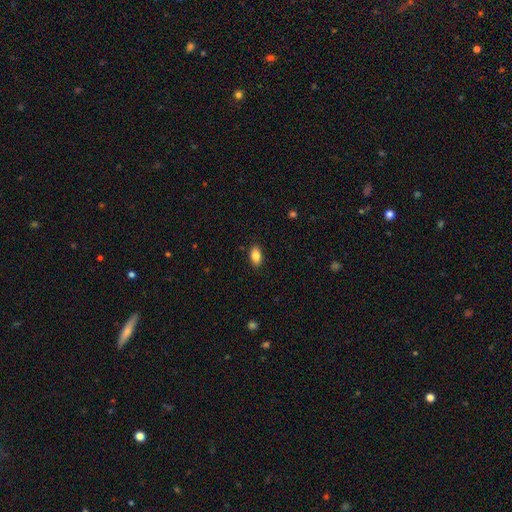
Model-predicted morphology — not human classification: A smooth galaxy with no disk features (86%) that is in between round and cigar-shaped (90%).

Vote fractions:
- Smooth or featured? smooth: 86% / star or artifact: 8% / featured or disk: 6%
- How rounded? in between: 90% / round: 7% / cigar-shaped: 3%
- Merging? none: 88% / minor disturbance: 9% / major disturbance: 2% / merger: 1%